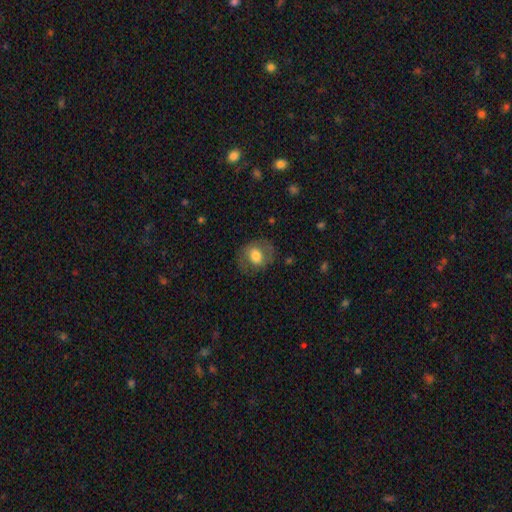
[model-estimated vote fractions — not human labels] Q: Smooth or featured?
A: smooth (62%); runner-up: featured or disk (31%)
Q: How rounded?
A: round (58%); runner-up: in between (41%)
Q: Merging?
A: none (72%); runner-up: minor disturbance (17%)